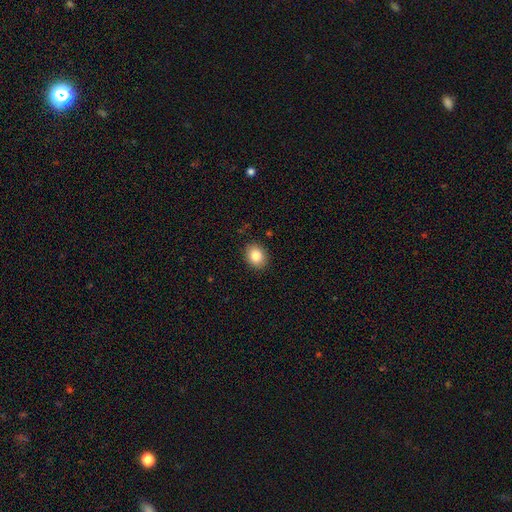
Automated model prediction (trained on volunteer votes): smooth_or_featured: smooth (p=0.83) [alt: star or artifact p=0.09]
how_rounded: round (p=0.52) [alt: in between p=0.47]
merging: none (p=0.89) [alt: minor disturbance p=0.08]